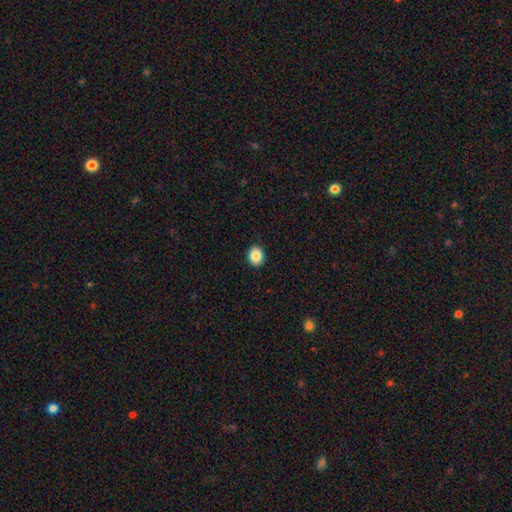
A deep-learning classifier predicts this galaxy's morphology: A smooth galaxy with no disk features (87%) that is round (56%). Merging: none (91%).